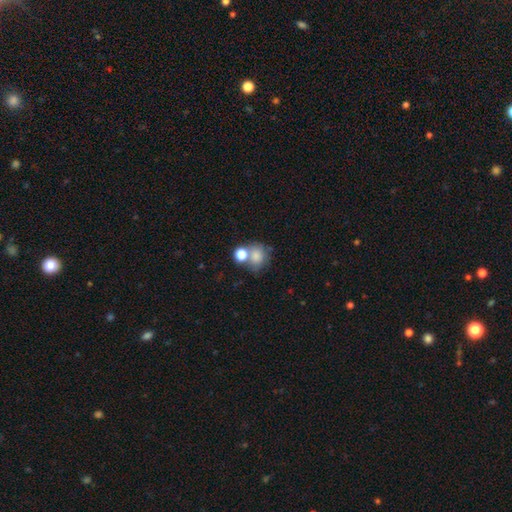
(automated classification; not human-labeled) The model was most divided on "merging": none: 42%, merger: 39%, minor disturbance: 12%, major disturbance: 7%. More confident: smooth or featured — smooth (77%); how rounded — round (67%).